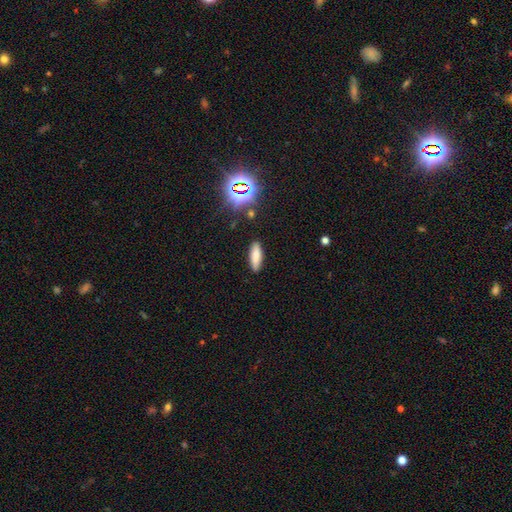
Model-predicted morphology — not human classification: Q: Smooth or featured?
A: smooth (79%); runner-up: star or artifact (12%)
Q: How rounded?
A: in between (50%); runner-up: cigar-shaped (48%)
Q: Merging?
A: none (87%); runner-up: minor disturbance (9%)